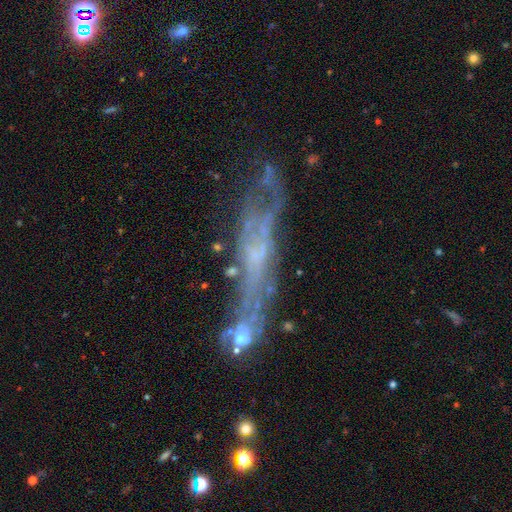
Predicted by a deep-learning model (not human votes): A featured or disk galaxy (44%).

Vote fractions:
- Smooth or featured? featured or disk: 44% / star or artifact: 29% / smooth: 27%
- Merging? none: 57% / minor disturbance: 17% / merger: 14% / major disturbance: 12%